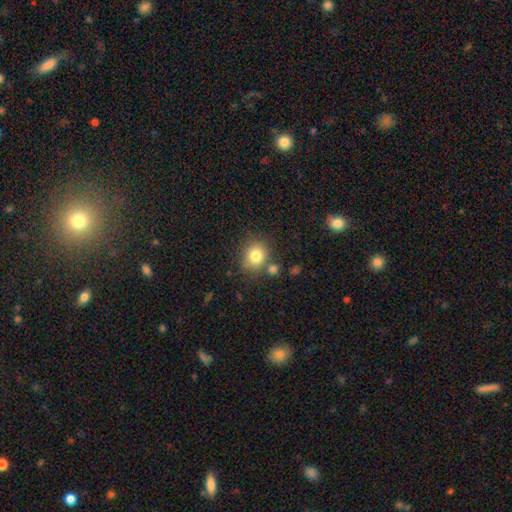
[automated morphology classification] This is likely a smooth galaxy (80%). How rounded: likely round (71%). Merging: likely none (72%).